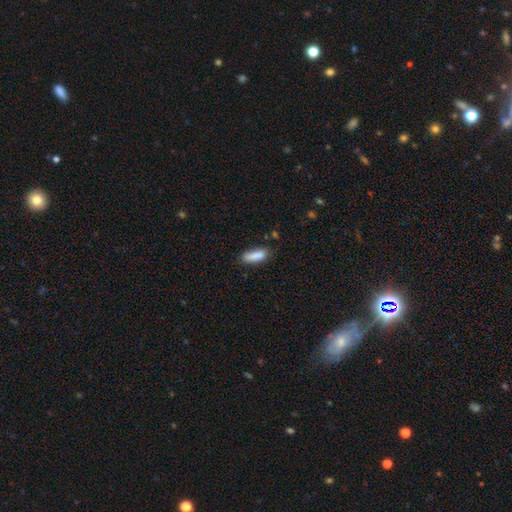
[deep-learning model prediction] Overall: smooth (85%). How rounded: in between (53%; cigar-shaped 45%). Merging: none (67%).